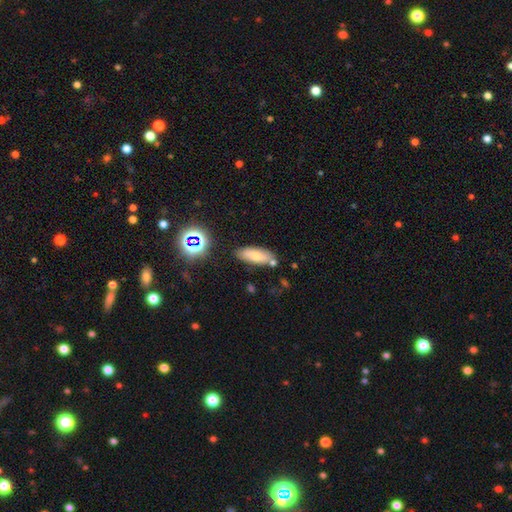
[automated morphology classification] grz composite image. It shows a smooth galaxy with no disk features (71%) that is in between round and cigar-shaped (71%). Merging: none (75%).